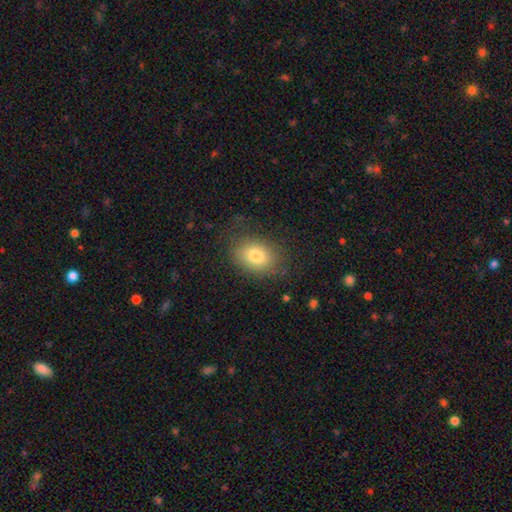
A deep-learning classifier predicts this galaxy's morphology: The model was most divided on "how rounded": in between: 71%, round: 28%, cigar-shaped: 1%. More confident: smooth or featured — smooth (79%); merging — none (75%).